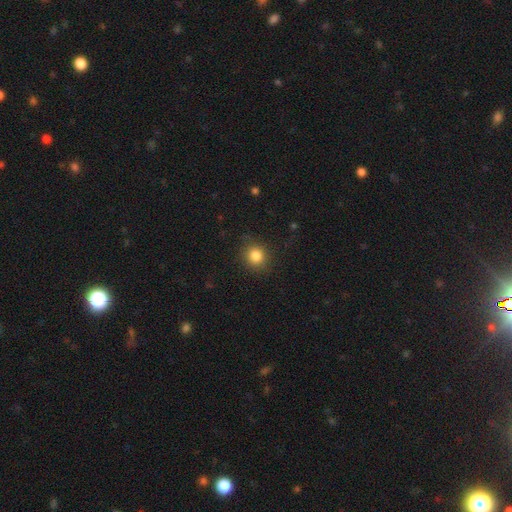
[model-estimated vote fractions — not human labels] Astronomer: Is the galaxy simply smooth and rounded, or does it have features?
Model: smooth — 84%.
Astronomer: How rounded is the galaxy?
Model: round — 86%.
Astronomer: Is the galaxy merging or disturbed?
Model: none — 86%.